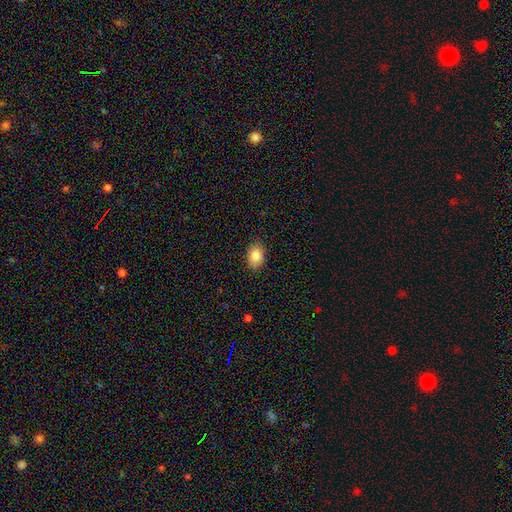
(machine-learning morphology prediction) This appears to be a smooth galaxy with no disk features (85%) that is in between round and cigar-shaped (83%). Merging: none (86%).